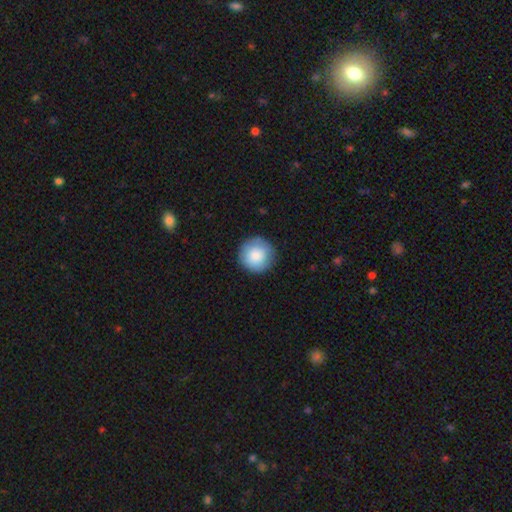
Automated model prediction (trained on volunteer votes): Smooth or featured: smooth — 84% (featured or disk — 9%)
How rounded: round — 95% (in between — 4%)
Merging: none — 88% (minor disturbance — 9%)